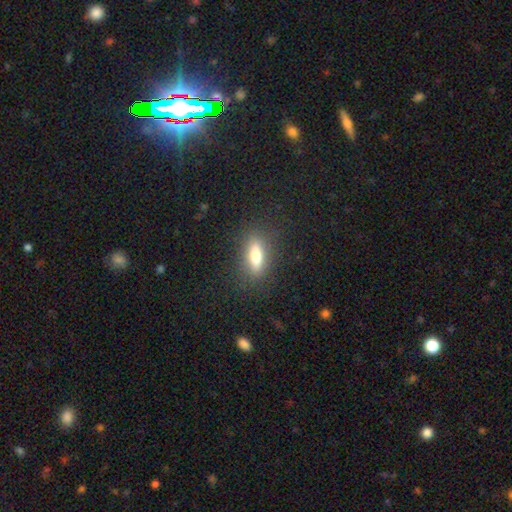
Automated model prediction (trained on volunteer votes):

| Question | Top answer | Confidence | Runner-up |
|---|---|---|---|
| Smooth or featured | smooth | 68% | featured or disk (23%) |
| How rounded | in between | 56% | cigar-shaped (40%) |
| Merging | none | 85% | minor disturbance (10%) |